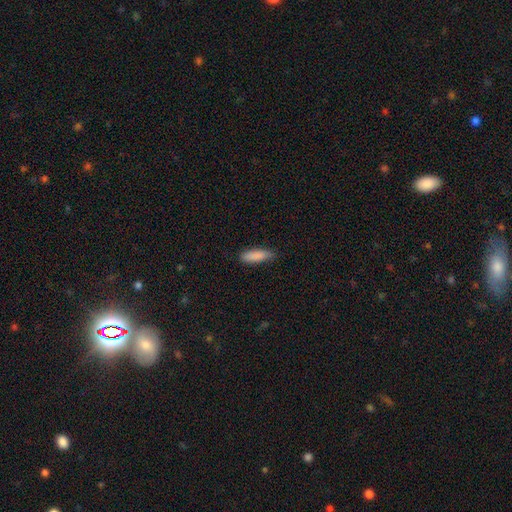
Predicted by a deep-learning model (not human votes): smooth_or_featured: smooth (p=0.88) [alt: featured or disk p=0.06]
how_rounded: cigar-shaped (p=0.55) [alt: in between p=0.43]
merging: none (p=0.80) [alt: minor disturbance p=0.16]